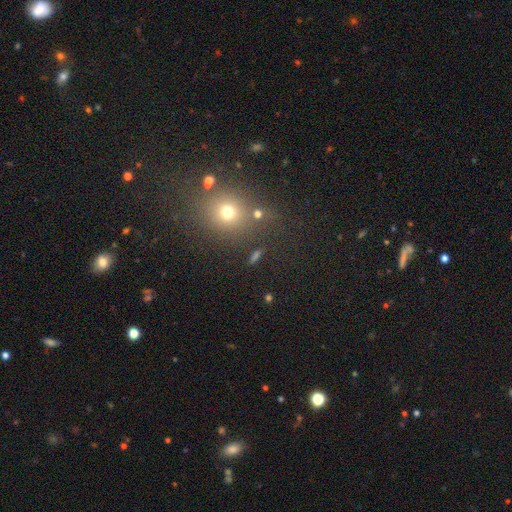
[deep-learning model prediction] A smooth galaxy with no disk features (51%) that is round (45%). Merging: none (77%).